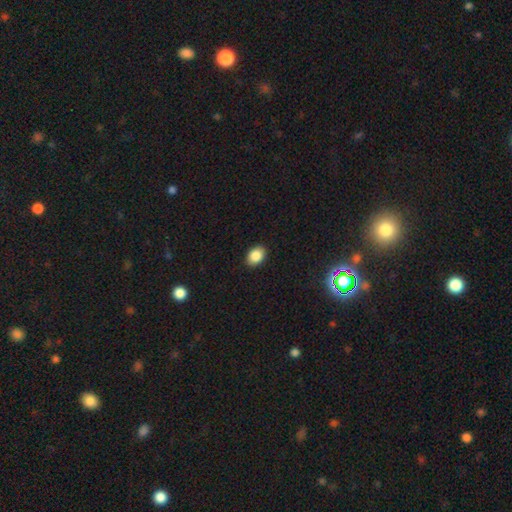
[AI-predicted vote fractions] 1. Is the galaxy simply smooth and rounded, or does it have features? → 87% smooth, 9% star or artifact, 5% featured or disk.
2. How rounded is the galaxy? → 77% in between, 22% round, 1% cigar-shaped.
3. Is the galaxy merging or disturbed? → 90% none, 7% minor disturbance, 2% major disturbance, 1% merger.